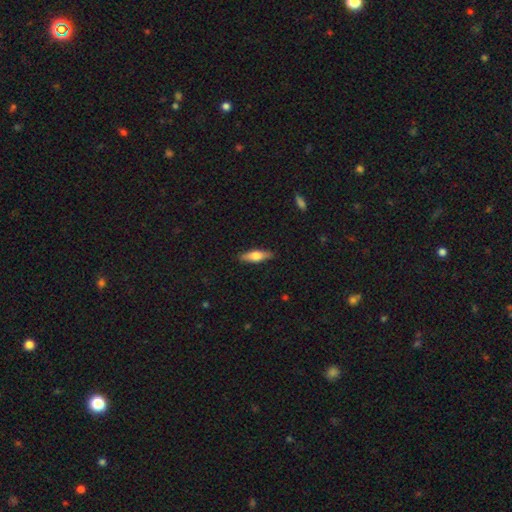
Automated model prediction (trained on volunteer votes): The model was most divided on "how rounded": cigar-shaped: 55%, in between: 43%, round: 2%. More confident: merging — none (88%); smooth or featured — smooth (58%).